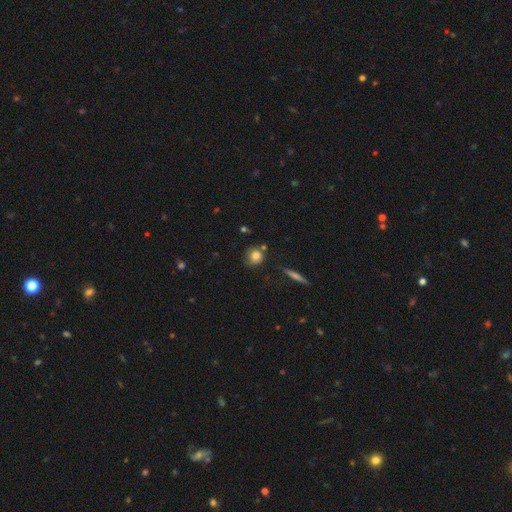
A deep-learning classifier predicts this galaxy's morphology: type=smooth (78%); roundness=round (83%); merging=none (68%).